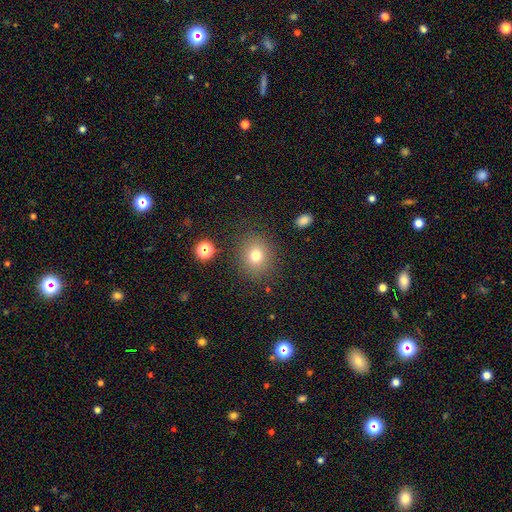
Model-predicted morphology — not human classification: smooth_or_featured: smooth (p=0.75) [alt: star or artifact p=0.15]
how_rounded: round (p=0.76) [alt: in between p=0.23]
merging: none (p=0.86) [alt: minor disturbance p=0.09]